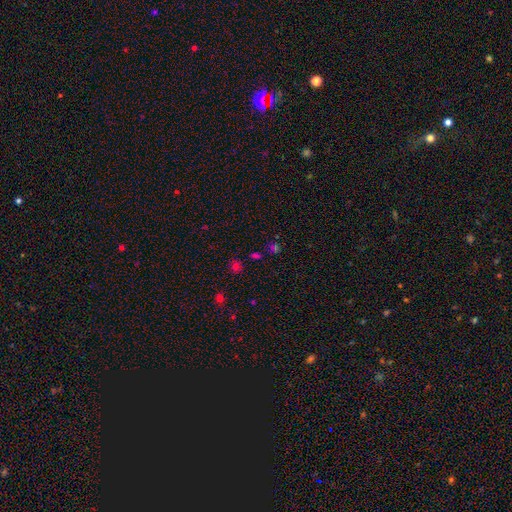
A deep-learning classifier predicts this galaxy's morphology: This appears to be a smooth galaxy with no disk features (50%) that is round (67%). Merging: none (75%).